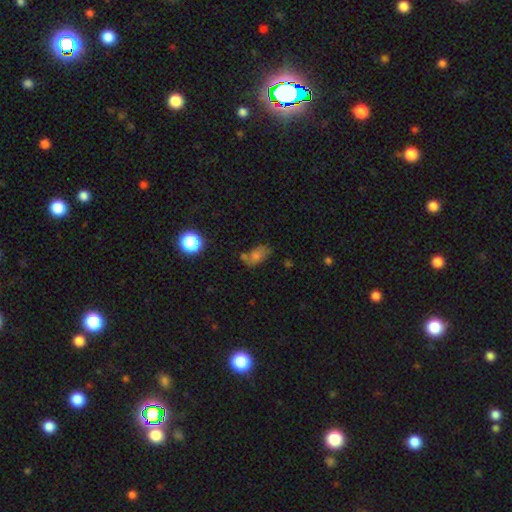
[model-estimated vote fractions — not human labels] Morphology: type=smooth (64%); roundness=in between (81%); merging=none (54%).